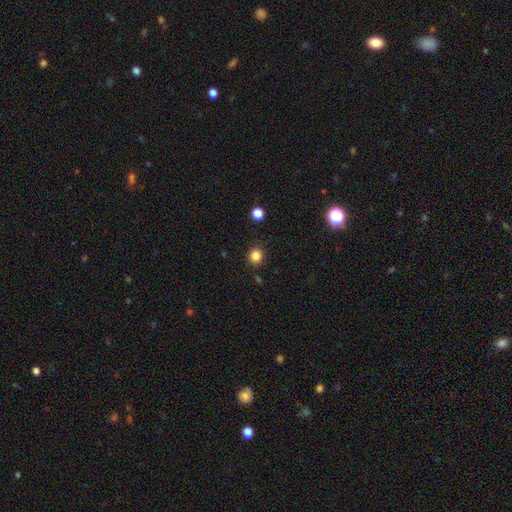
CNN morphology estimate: type=smooth (84%); roundness=round (79%); merging=none (88%).